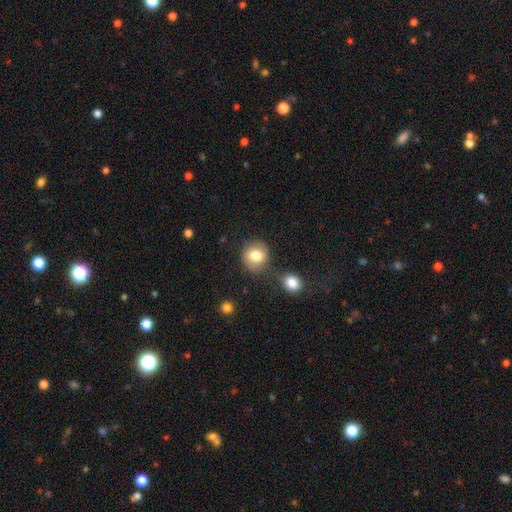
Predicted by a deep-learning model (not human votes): Smooth or featured: smooth — 80% (featured or disk — 12%)
How rounded: round — 84% (in between — 15%)
Merging: none — 70% (minor disturbance — 14%)